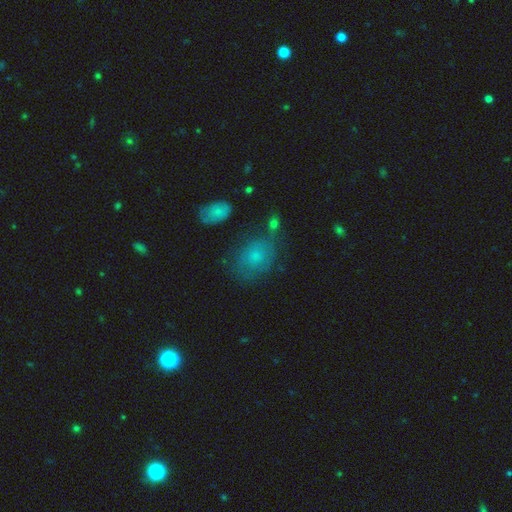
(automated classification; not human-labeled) Morphology: type=smooth (59%); roundness=in between (59%); merging=none (63%).